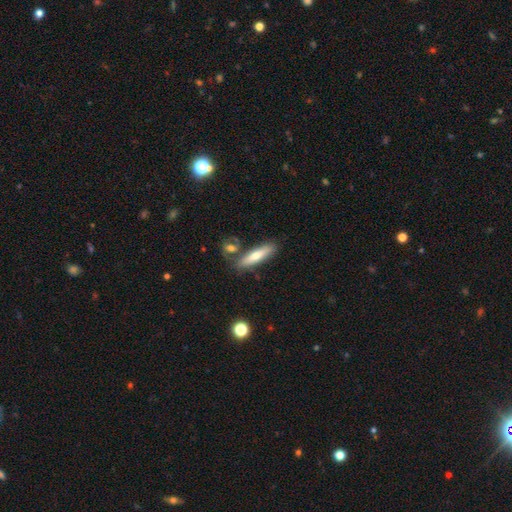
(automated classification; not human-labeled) A smooth galaxy with no disk features (63%) that is cigar-shaped (75%). Merging: none (72%).